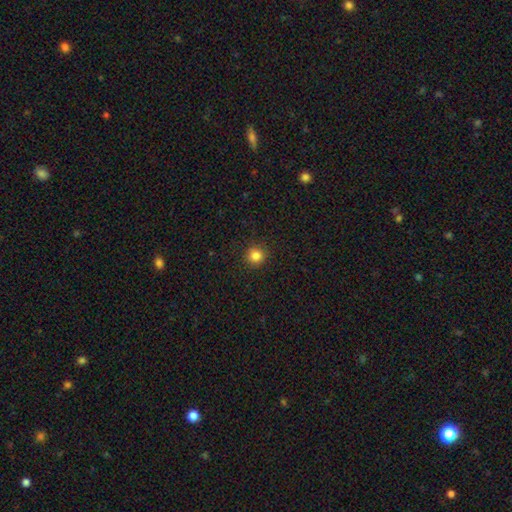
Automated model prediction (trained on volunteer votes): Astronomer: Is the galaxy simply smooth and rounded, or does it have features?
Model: smooth — 84%.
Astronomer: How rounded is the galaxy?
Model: round — 93%.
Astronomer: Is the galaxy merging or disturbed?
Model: none — 91%.